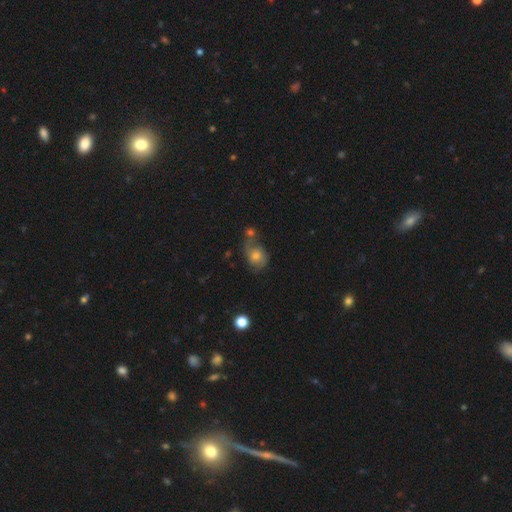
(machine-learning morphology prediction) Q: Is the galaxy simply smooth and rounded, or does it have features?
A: smooth — 52%.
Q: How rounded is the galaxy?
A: round — 50%.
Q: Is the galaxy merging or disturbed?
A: none — 35%.